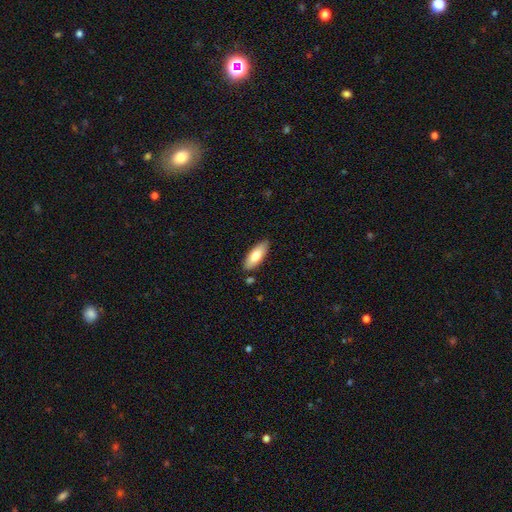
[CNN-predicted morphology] type=smooth (76%); roundness=in between (70%); merging=none (84%).